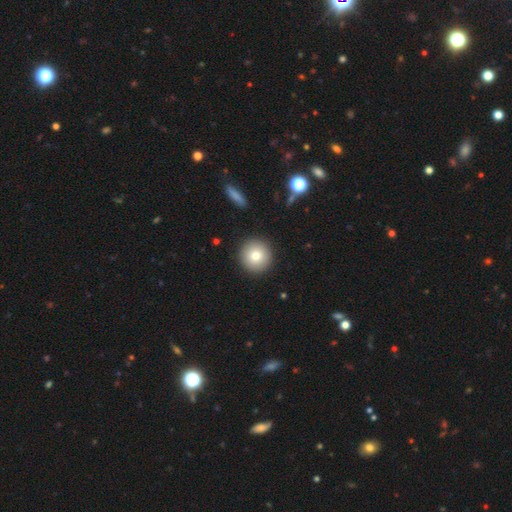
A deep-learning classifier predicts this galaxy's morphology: The model was most divided on "smooth or featured": smooth: 79%, featured or disk: 12%, star or artifact: 9%. More confident: how rounded — round (95%); merging — none (91%).